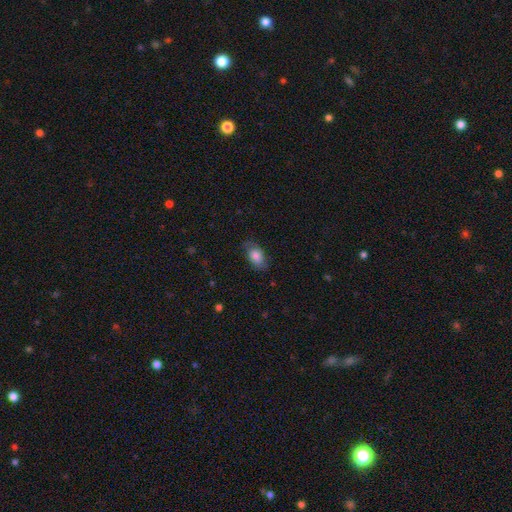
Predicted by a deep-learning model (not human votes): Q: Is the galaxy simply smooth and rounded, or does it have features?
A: smooth — 71%.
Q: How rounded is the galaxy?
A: in between — 89%.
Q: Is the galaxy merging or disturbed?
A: none — 72%.